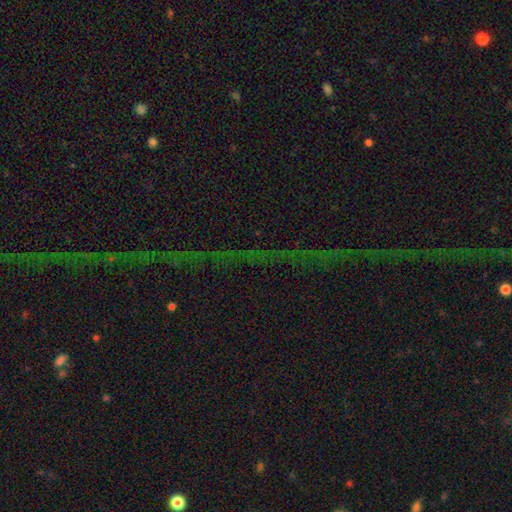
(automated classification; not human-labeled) star or artifact 79%, featured or disk 13%, smooth 9%.